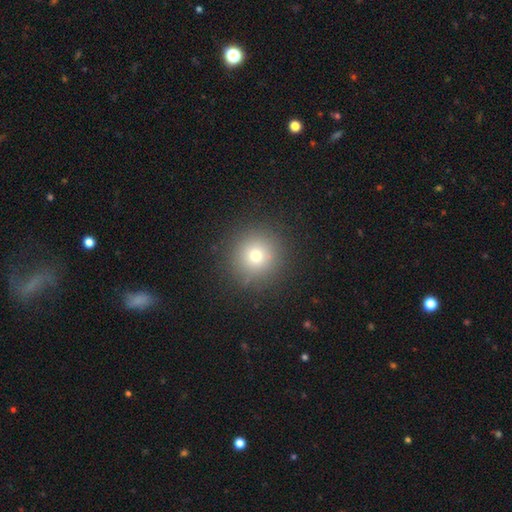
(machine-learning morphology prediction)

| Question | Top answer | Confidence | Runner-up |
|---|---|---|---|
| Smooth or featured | smooth | 73% | star or artifact (16%) |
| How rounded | round | 95% | in between (4%) |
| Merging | none | 90% | minor disturbance (6%) |